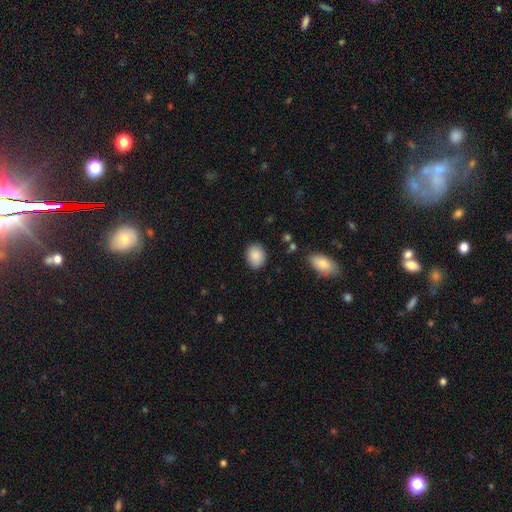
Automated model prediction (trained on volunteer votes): Smooth or featured? smooth (88%)
How rounded? in between (50%)
Merging? none (85%)